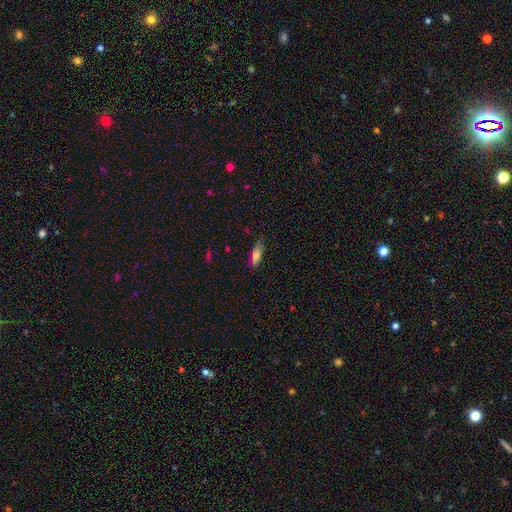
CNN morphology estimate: type=smooth (78%); roundness=in between (64%); merging=none (73%).